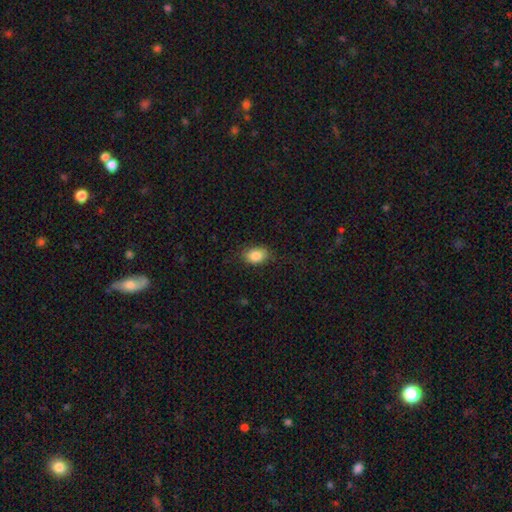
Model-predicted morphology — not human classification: smooth_or_featured: smooth (p=0.86) [alt: star or artifact p=0.08]
how_rounded: in between (p=0.80) [alt: round p=0.19]
merging: none (p=0.78) [alt: minor disturbance p=0.17]